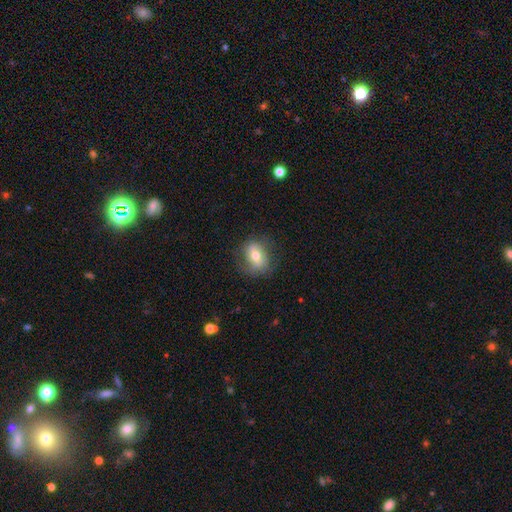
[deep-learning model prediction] Overall: smooth (55%; featured or disk 36%). How rounded: in between (63%; round 35%). Merging: none (70%).